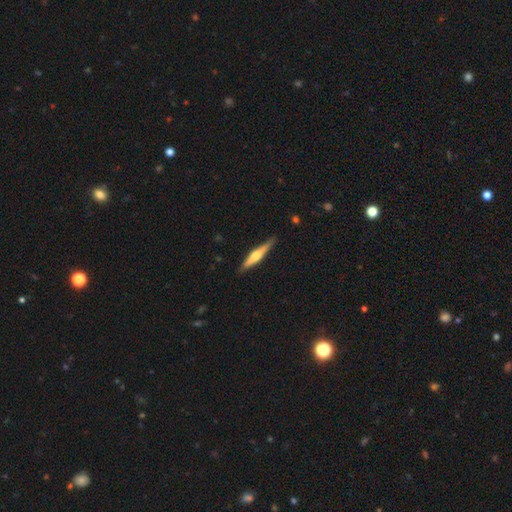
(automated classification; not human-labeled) Smooth or featured: featured or disk — 62% (smooth — 33%)
Edge-on disk: yes — 97% (no — 3%)
Edge-on bulge: rounded — 89% (boxy — 7%)
Merging: none — 87% (minor disturbance — 10%)